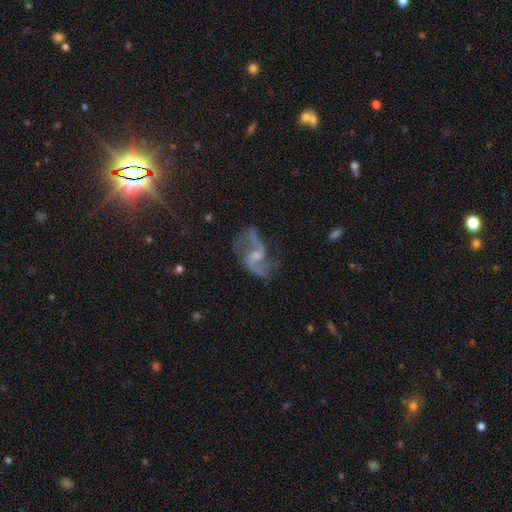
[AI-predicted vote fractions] Smooth or featured? Predicted: featured or disk (p=0.89). Edge-on disk? Predicted: no (p=0.98). Bar? Predicted: weak (p=0.48). Spiral arms? Predicted: yes (p=0.96). Spiral winding? Predicted: loose (p=0.57). Spiral arm count? Predicted: 2 (p=0.92). Bulge size? Predicted: small (p=0.53). Merging? Predicted: none (p=0.66).